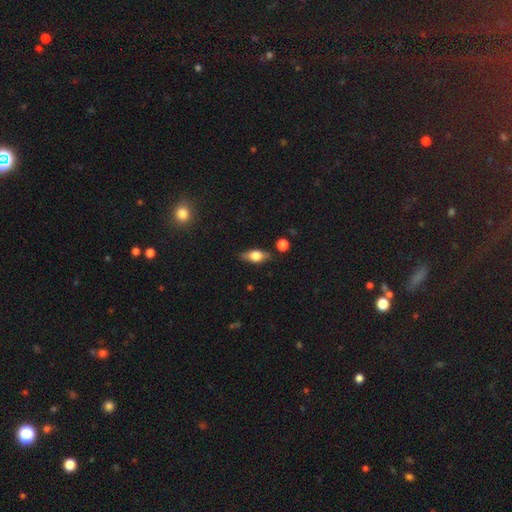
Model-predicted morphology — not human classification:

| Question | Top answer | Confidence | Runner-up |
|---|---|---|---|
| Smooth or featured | smooth | 57% | featured or disk (35%) |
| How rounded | in between | 75% | cigar-shaped (17%) |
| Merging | none | 79% | minor disturbance (15%) |